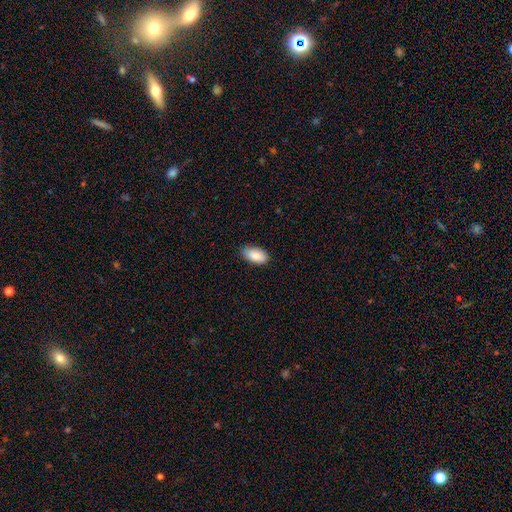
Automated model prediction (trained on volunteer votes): Smooth or featured: smooth — 88% (star or artifact — 6%)
How rounded: in between — 95% (cigar-shaped — 3%)
Merging: none — 83% (minor disturbance — 14%)